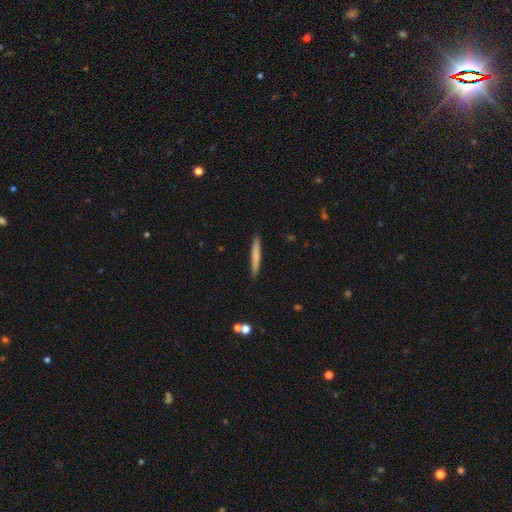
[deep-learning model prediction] This is likely a smooth galaxy (74%). How rounded: clearly cigar-shaped (96%). Merging: clearly none (91%).